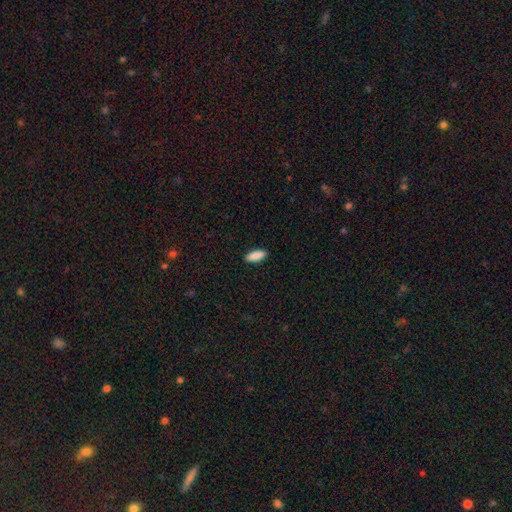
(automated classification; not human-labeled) Smooth or featured?
  - smooth: 89% *
  - star or artifact: 6%
  - featured or disk: 4%
How rounded?
  - in between: 67% *
  - cigar-shaped: 32%
  - round: 2%
Merging?
  - none: 91% *
  - minor disturbance: 7%
  - major disturbance: 2%
  - merger: 1%